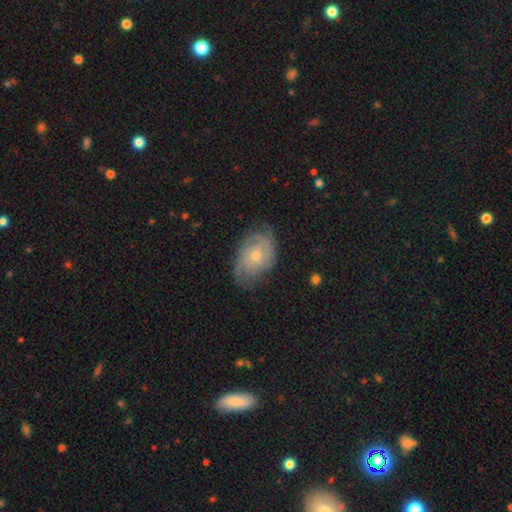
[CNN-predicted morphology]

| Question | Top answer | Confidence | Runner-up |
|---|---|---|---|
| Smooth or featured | featured or disk | 73% | smooth (20%) |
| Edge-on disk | no | 96% | yes (4%) |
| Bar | no | 79% | weak (18%) |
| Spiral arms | yes | 91% | no (9%) |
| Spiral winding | tight | 54% | medium (34%) |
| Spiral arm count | can't tell | 33% | 2 (32%) |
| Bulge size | small | 50% | moderate (46%) |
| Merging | none | 68% | minor disturbance (23%) |